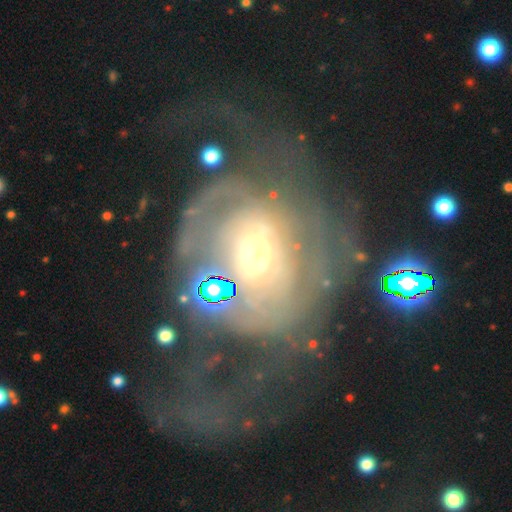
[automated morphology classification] Smooth or featured? Predicted: featured or disk (p=0.69). Edge-on disk? Predicted: no (p=0.95). Bar? Predicted: no (p=0.59). Spiral arms? Predicted: yes (p=0.61). Bulge size? Predicted: moderate (p=0.59). Merging? Predicted: major disturbance (p=0.41).